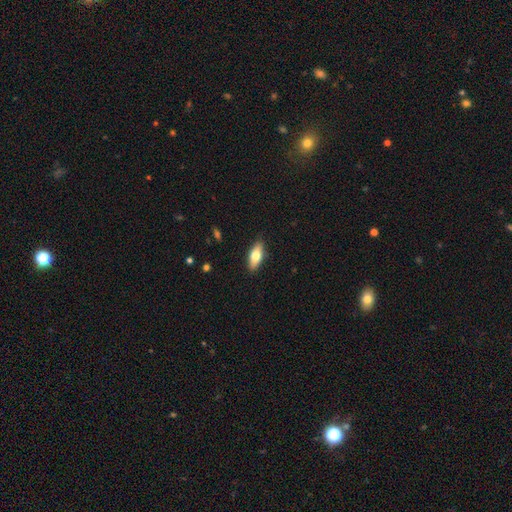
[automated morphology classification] smooth 67%, featured or disk 27%, star or artifact 6%. Down the decision tree: how rounded — in between (75%); merging — none (88%).